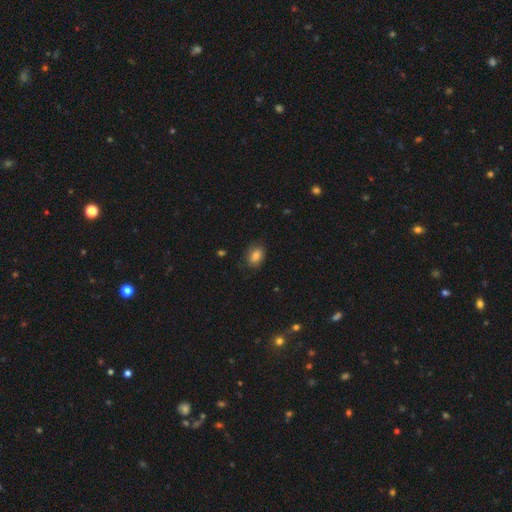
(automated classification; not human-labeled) This is clearly a smooth galaxy (83%). How rounded: likely in between (78%). Merging: likely none (79%).